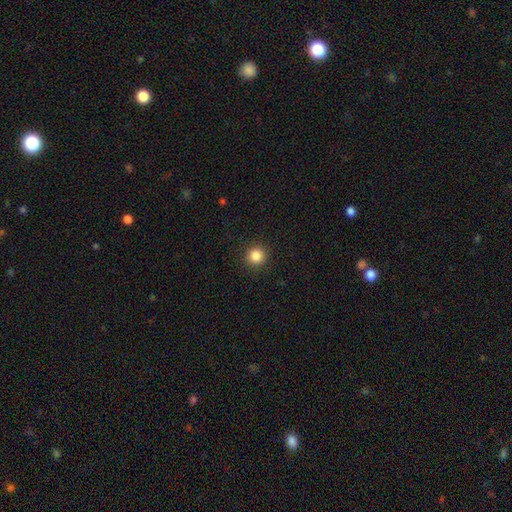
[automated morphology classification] type=smooth (85%); roundness=round (94%); merging=none (92%).